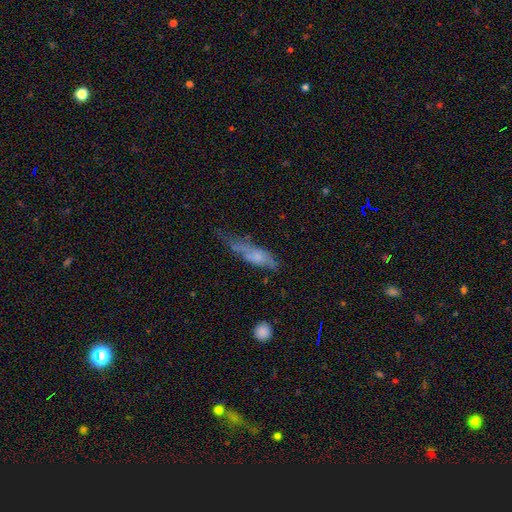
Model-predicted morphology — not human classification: Overall: smooth (49%; featured or disk 42%). Merging: minor disturbance (33%; none 32%).